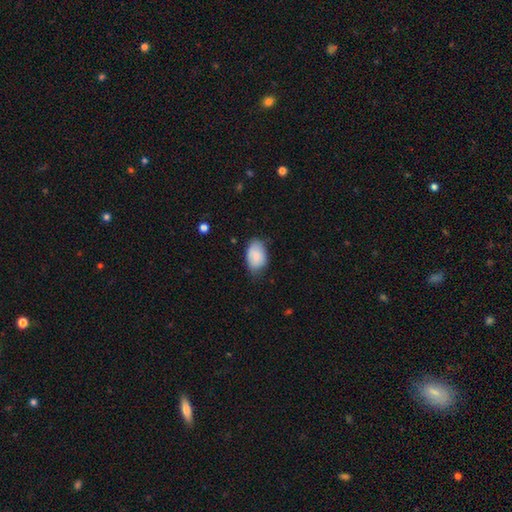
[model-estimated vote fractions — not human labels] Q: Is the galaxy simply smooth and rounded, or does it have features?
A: smooth — 82%.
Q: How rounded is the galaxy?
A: in between — 89%.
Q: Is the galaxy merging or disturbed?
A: none — 67%.